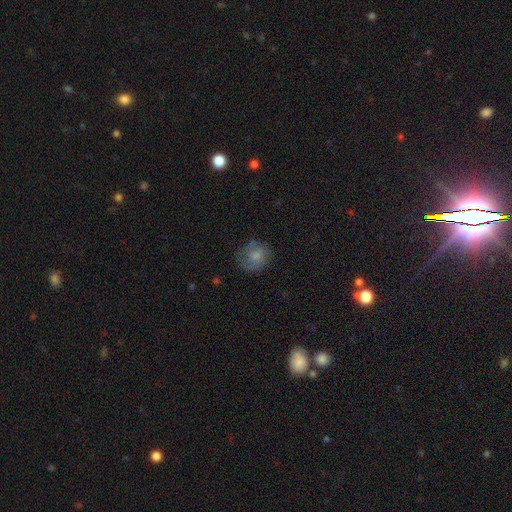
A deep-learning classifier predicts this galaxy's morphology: A smooth galaxy with no disk features (66%) that is round (77%). Merging: none (63%).